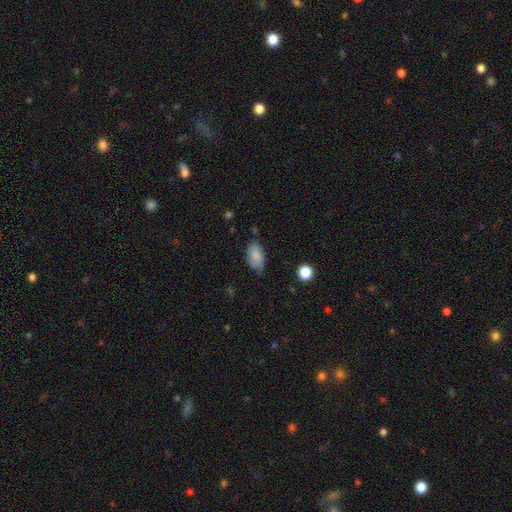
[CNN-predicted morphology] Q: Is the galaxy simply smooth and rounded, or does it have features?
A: smooth — 80%.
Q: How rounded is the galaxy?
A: in between — 93%.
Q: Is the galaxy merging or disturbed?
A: none — 62%.